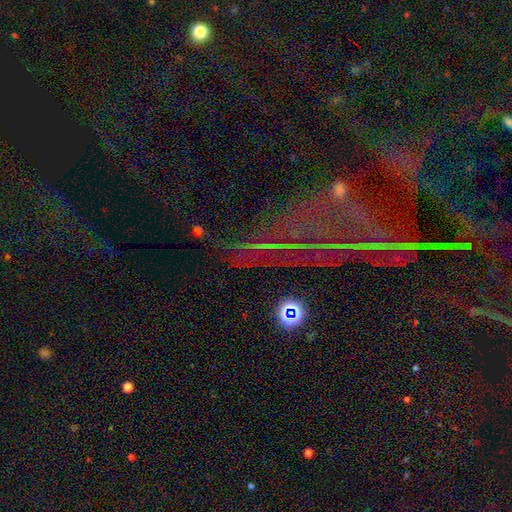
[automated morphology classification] smooth_or_featured: star or artifact (p=0.82) [alt: smooth p=0.09]